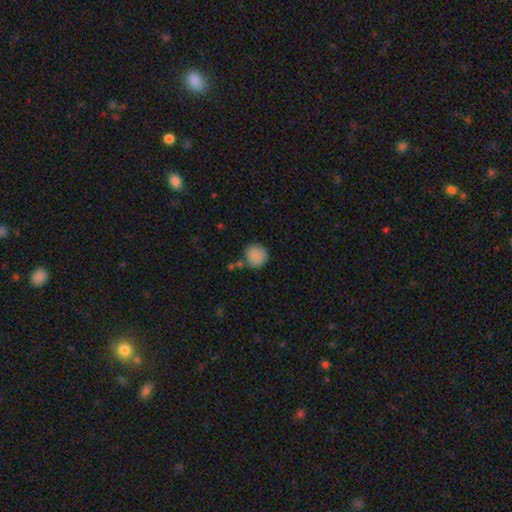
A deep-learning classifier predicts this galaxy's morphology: smooth-or-featured: smooth: 88% | star or artifact: 8% | featured or disk: 5%
  how-rounded: round: 91% | in between: 8% | cigar-shaped: 1%
  merging: none: 75% | minor disturbance: 14% | merger: 8% | major disturbance: 4%